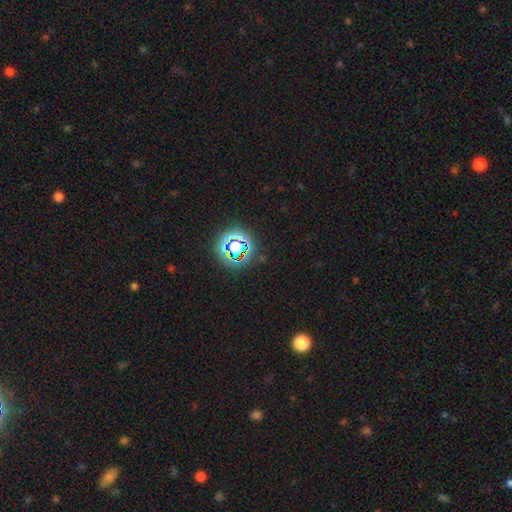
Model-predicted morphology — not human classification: A star or artifact, not a galaxy (76%).

Vote fractions:
- Smooth or featured? star or artifact: 76% / smooth: 16% / featured or disk: 8%